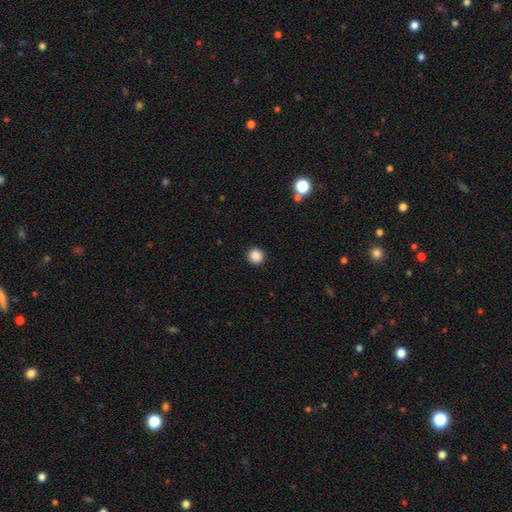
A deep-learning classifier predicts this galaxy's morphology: Smooth or featured: smooth — 88% (star or artifact — 10%)
How rounded: round — 90% (in between — 9%)
Merging: none — 92% (minor disturbance — 5%)